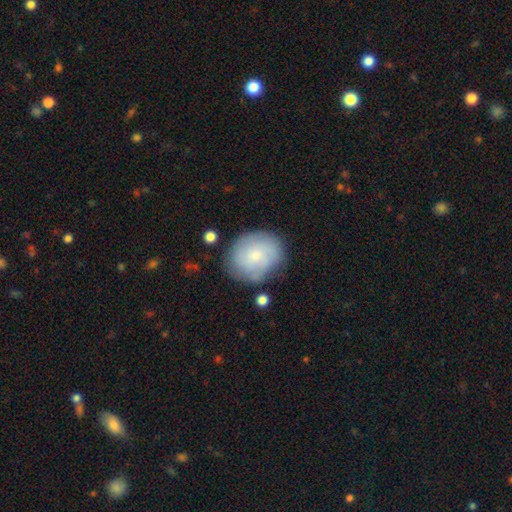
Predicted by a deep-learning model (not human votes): Overall: smooth (63%; featured or disk 30%). How rounded: round (58%; in between 41%). Merging: none (71%).